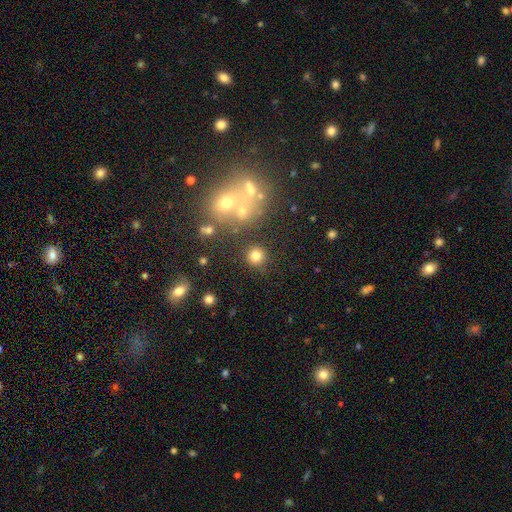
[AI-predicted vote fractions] Smooth or featured: smooth — 78% (star or artifact — 15%)
How rounded: round — 93% (in between — 6%)
Merging: none — 86% (minor disturbance — 6%)